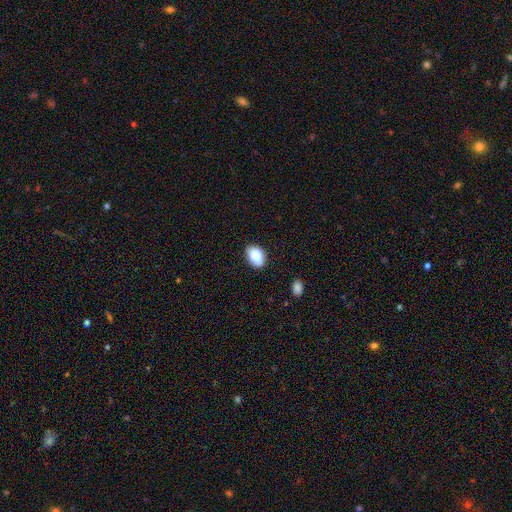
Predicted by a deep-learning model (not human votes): The model was most divided on "how rounded": in between: 84%, round: 15%, cigar-shaped: 1%. More confident: smooth or featured — smooth (84%); merging — none (83%).